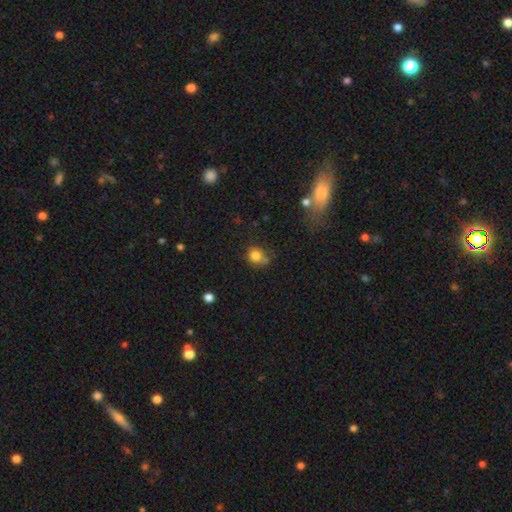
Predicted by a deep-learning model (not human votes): Smooth or featured? smooth (81%)
How rounded? round (74%)
Merging? none (52%)